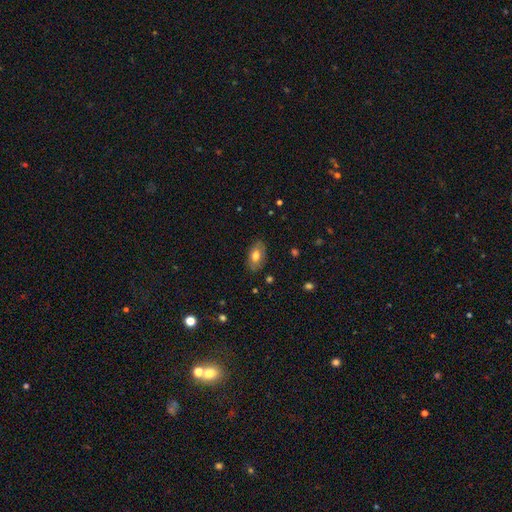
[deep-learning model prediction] A smooth galaxy with no disk features (68%) that is in between round and cigar-shaped (91%).

Vote fractions:
- Smooth or featured? smooth: 68% / featured or disk: 25% / star or artifact: 7%
- How rounded? in between: 91% / round: 6% / cigar-shaped: 3%
- Merging? none: 81% / minor disturbance: 15% / major disturbance: 3% / merger: 1%